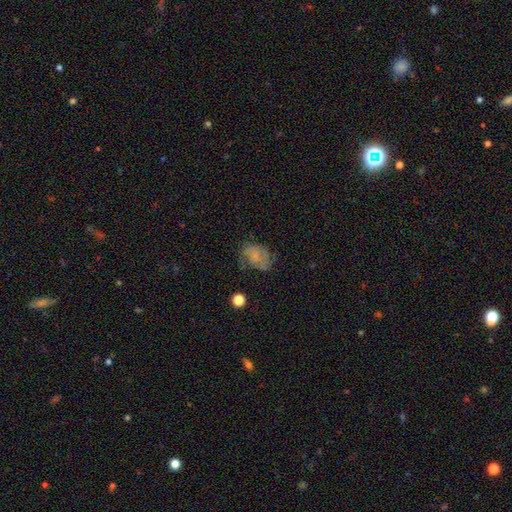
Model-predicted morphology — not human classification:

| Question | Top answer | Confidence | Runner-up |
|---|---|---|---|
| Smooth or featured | featured or disk | 50% | smooth (38%) |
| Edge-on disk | no | 97% | yes (3%) |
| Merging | none | 55% | minor disturbance (26%) |